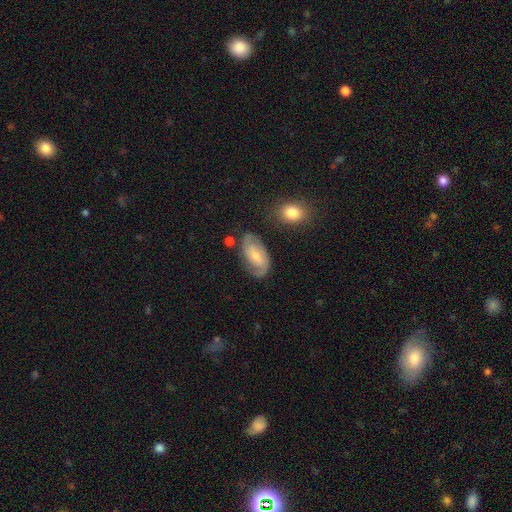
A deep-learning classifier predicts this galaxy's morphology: Smooth or featured?
  - featured or disk: 65% *
  - smooth: 28%
  - star or artifact: 7%
Edge-on disk?
  - no: 95% *
  - yes: 5%
Bar?
  - weak: 47% *
  - no: 39%
  - strong: 13%
Spiral arms?
  - yes: 90% *
  - no: 10%
Spiral winding?
  - medium: 44% *
  - tight: 37%
  - loose: 19%
Spiral arm count?
  - 2: 79% *
  - can't tell: 12%
  - 1: 3%
  - 3: 3%
  - 4: 1%
  - more than 4: 1%
Bulge size?
  - small: 50% *
  - moderate: 40%
  - none: 5%
  - large: 4%
  - dominant: 1%
Merging?
  - none: 73% *
  - minor disturbance: 18%
  - major disturbance: 6%
  - merger: 4%